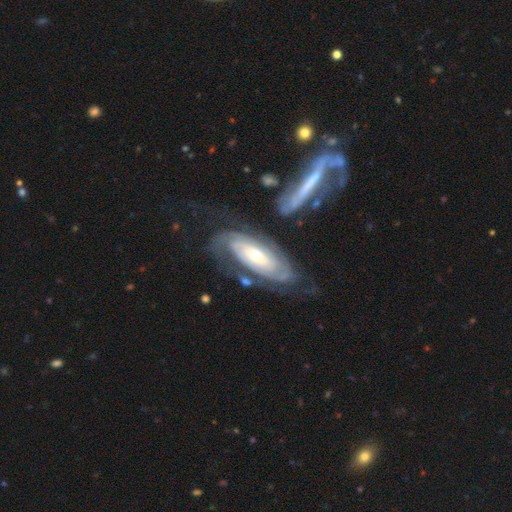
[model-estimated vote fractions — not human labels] featured or disk 84%, smooth 12%, star or artifact 5%. Down the decision tree: edge-on disk — no (90%); bar — no (61%); spiral arms — yes (93%); spiral arm count — 2 (47%); spiral winding — tight (70%); bulge size — moderate (48%); merging — none (63%).